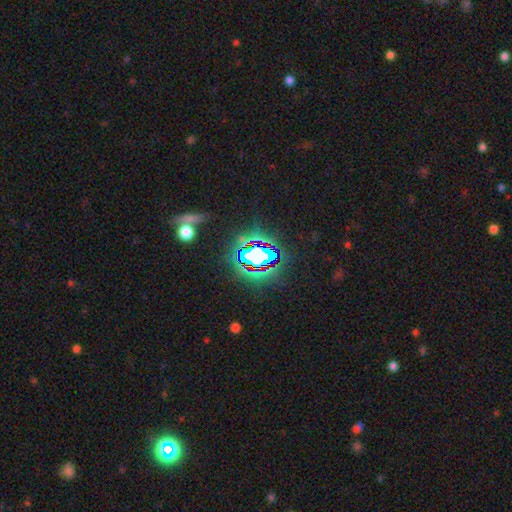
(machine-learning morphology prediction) The model was most divided on "smooth or featured": star or artifact: 68%, smooth: 19%, featured or disk: 13%.